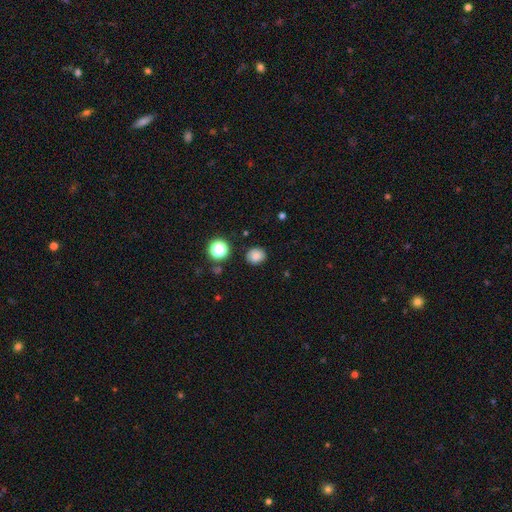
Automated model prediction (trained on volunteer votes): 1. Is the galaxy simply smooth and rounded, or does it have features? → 81% smooth, 13% star or artifact, 6% featured or disk.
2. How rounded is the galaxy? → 78% round, 21% in between, 1% cigar-shaped.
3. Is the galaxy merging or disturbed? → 84% none, 11% minor disturbance, 3% major disturbance, 2% merger.